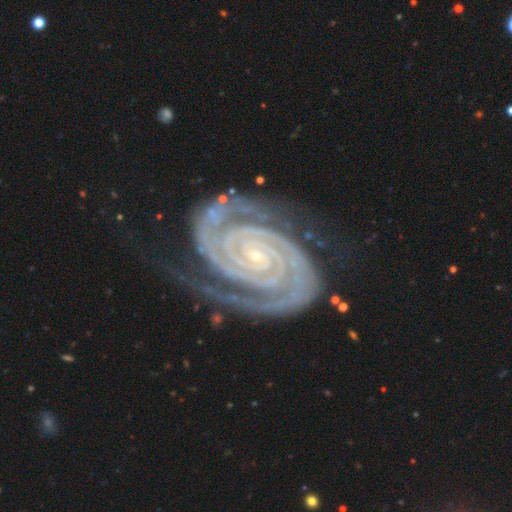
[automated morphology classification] Smooth or featured? featured or disk (94%)
Edge-on disk? no (98%)
Bar? no (70%)
Spiral arms? yes (99%)
Spiral winding? tight (86%)
Spiral arm count? 2 (83%)
Bulge size? small (87%)
Merging? none (73%)